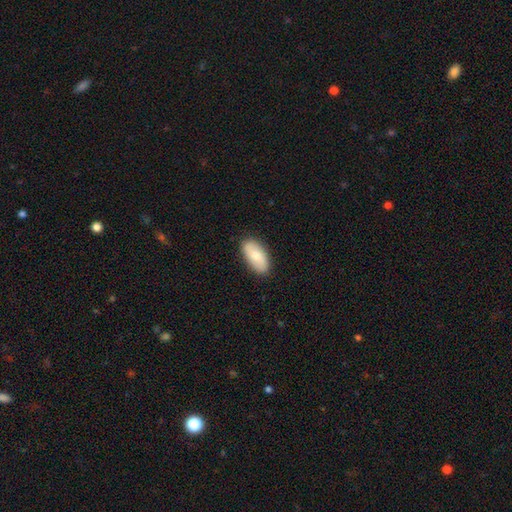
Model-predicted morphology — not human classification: This is likely a smooth galaxy (72%). How rounded: clearly in between (93%). Merging: clearly none (85%).